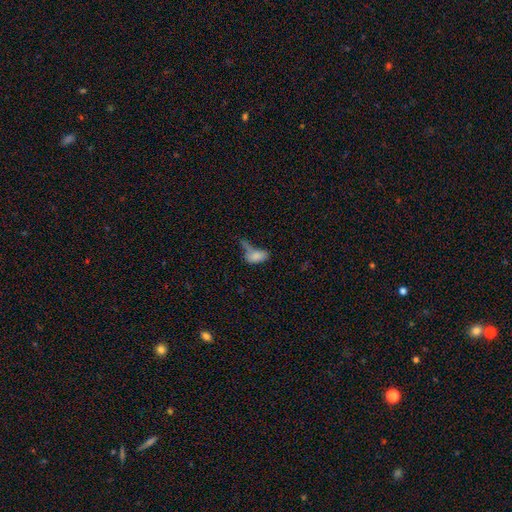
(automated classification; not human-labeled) smooth_or_featured: smooth (p=0.76) [alt: featured or disk p=0.13]
how_rounded: in between (p=0.89) [alt: round p=0.06]
merging: major disturbance (p=0.29) [alt: merger p=0.28]